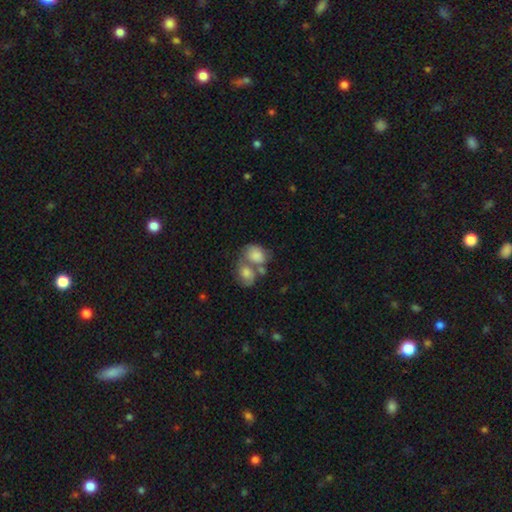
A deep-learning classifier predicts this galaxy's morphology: A smooth galaxy with no disk features (69%) that is in between round and cigar-shaped (61%).

Vote fractions:
- Smooth or featured? smooth: 69% / featured or disk: 23% / star or artifact: 7%
- How rounded? in between: 61% / round: 38% / cigar-shaped: 1%
- Merging? merger: 67% / none: 17% / minor disturbance: 9% / major disturbance: 7%